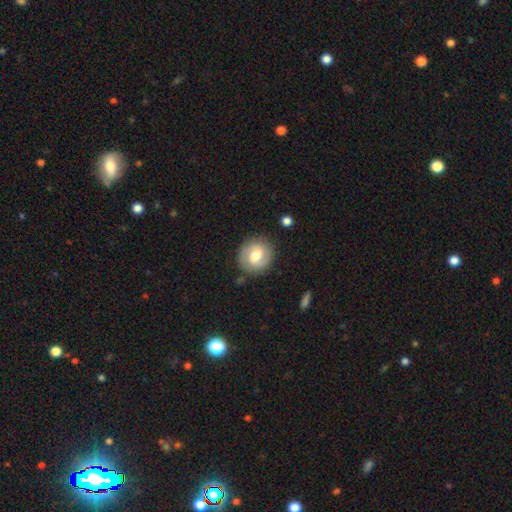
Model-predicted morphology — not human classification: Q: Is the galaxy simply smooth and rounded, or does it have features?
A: smooth — 50%.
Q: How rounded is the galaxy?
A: round — 81%.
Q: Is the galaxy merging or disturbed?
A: none — 83%.